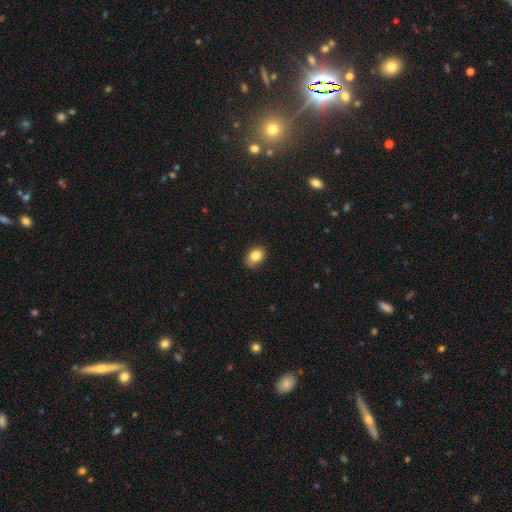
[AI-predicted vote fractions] A smooth galaxy with no disk features (82%) that is in between round and cigar-shaped (73%).

Vote fractions:
- Smooth or featured? smooth: 82% / star or artifact: 9% / featured or disk: 9%
- How rounded? in between: 73% / round: 26% / cigar-shaped: 1%
- Merging? none: 70% / minor disturbance: 24% / major disturbance: 4% / merger: 2%